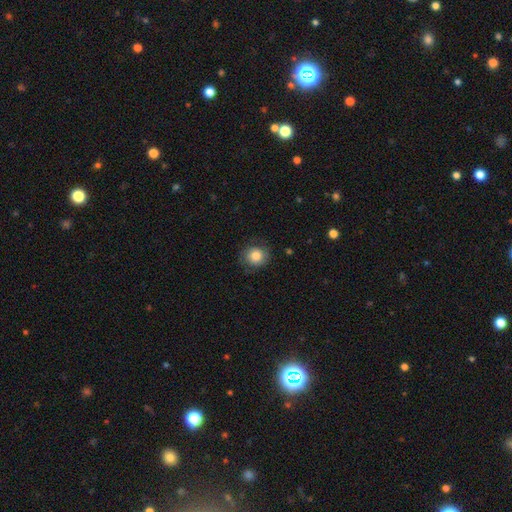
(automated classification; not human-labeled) smooth_or_featured: smooth (p=0.78) [alt: featured or disk p=0.14]
how_rounded: round (p=0.87) [alt: in between p=0.12]
merging: none (p=0.78) [alt: minor disturbance p=0.15]